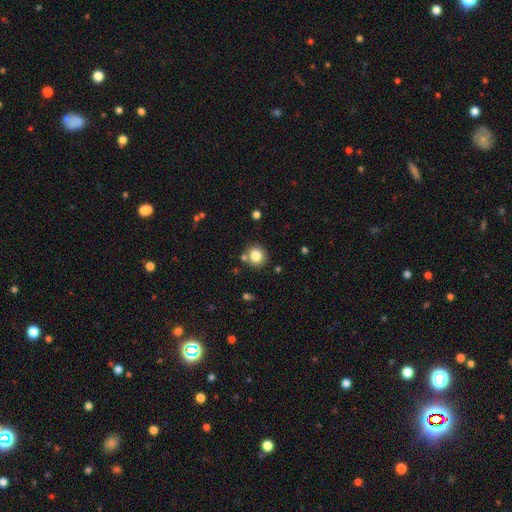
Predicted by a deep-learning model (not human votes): Morphology: type=smooth (82%); roundness=round (87%); merging=none (78%).